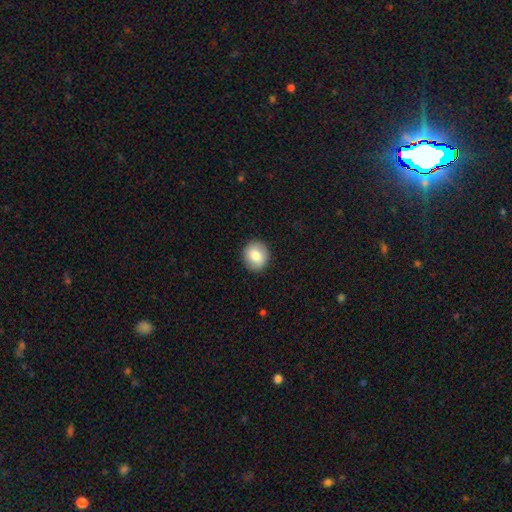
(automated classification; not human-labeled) This appears to be a smooth galaxy with no disk features (83%) that is round (82%). Merging: none (90%).